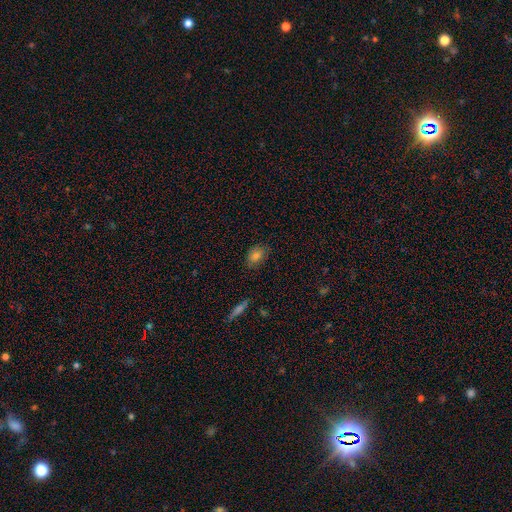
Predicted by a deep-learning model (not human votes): Smooth or featured? Predicted: smooth (p=0.80). How rounded? Predicted: in between (p=0.78). Merging? Predicted: none (p=0.78).